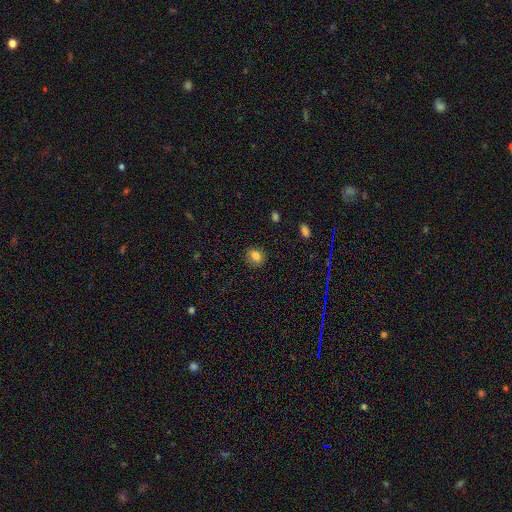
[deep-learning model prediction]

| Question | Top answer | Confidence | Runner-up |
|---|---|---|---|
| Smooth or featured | smooth | 81% | star or artifact (11%) |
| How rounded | round | 50% | in between (49%) |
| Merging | none | 86% | minor disturbance (10%) |